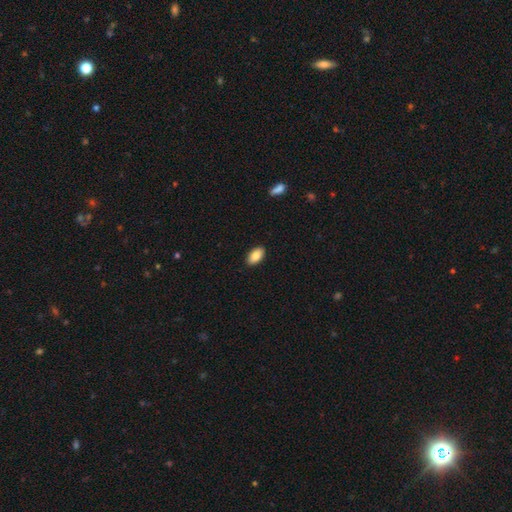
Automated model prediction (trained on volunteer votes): smooth_or_featured: smooth (p=0.86) [alt: featured or disk p=0.07]
how_rounded: in between (p=0.94) [alt: round p=0.03]
merging: none (p=0.90) [alt: minor disturbance p=0.08]